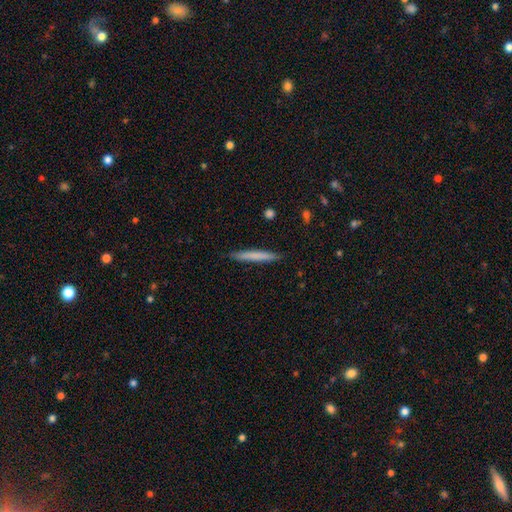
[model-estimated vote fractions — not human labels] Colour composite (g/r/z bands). It shows a smooth galaxy with no disk features (71%) that is cigar-shaped (96%). Merging: none (90%).